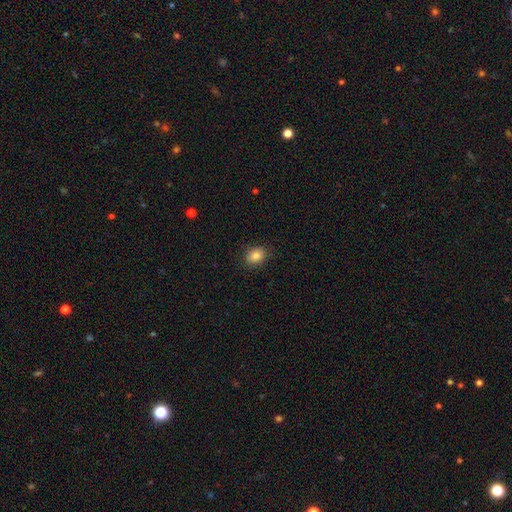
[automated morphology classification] This appears to be a smooth galaxy with no disk features (84%) that is in between round and cigar-shaped (67%). Merging: none (87%).